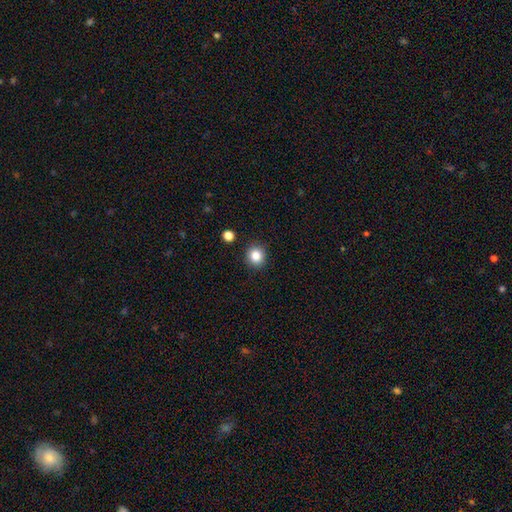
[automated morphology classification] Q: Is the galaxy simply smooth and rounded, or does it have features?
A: smooth — 85%.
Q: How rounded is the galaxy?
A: round — 87%.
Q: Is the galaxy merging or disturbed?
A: none — 89%.